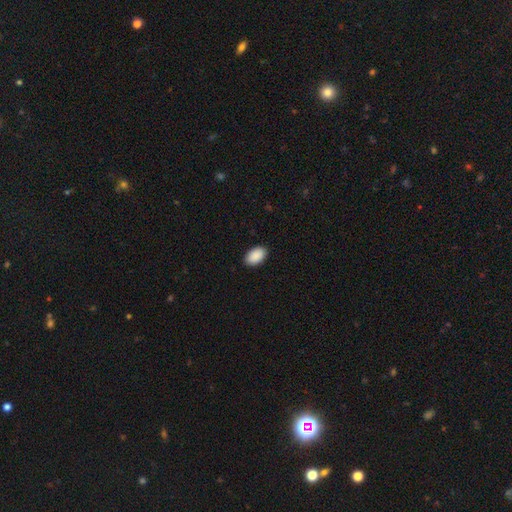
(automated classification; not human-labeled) Smooth or featured: smooth — 92% (star or artifact — 6%)
How rounded: in between — 94% (round — 5%)
Merging: none — 91% (minor disturbance — 7%)